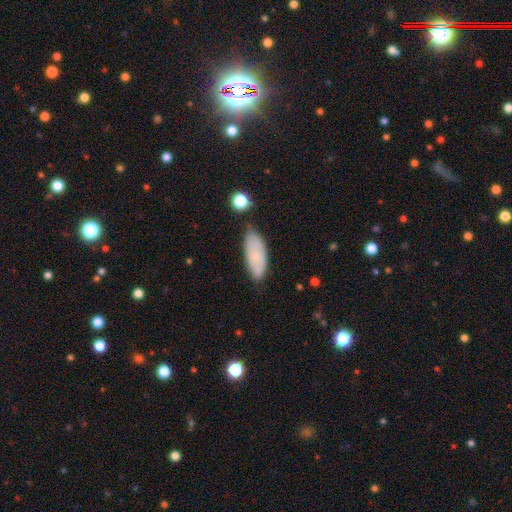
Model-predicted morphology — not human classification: A smooth galaxy with no disk features (71%) that is in between round and cigar-shaped (79%).

Vote fractions:
- Smooth or featured? smooth: 71% / featured or disk: 22% / star or artifact: 7%
- How rounded? in between: 79% / cigar-shaped: 18% / round: 2%
- Merging? none: 66% / minor disturbance: 25% / major disturbance: 5% / merger: 4%